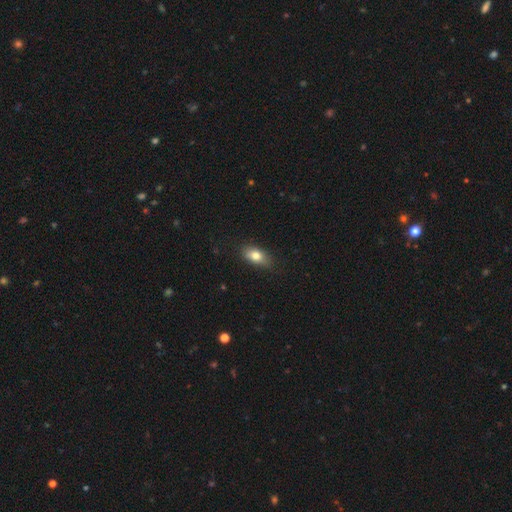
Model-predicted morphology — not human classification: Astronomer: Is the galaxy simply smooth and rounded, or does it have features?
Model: smooth — 78%.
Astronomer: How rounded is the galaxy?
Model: in between — 84%.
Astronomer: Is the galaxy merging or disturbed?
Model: none — 83%.